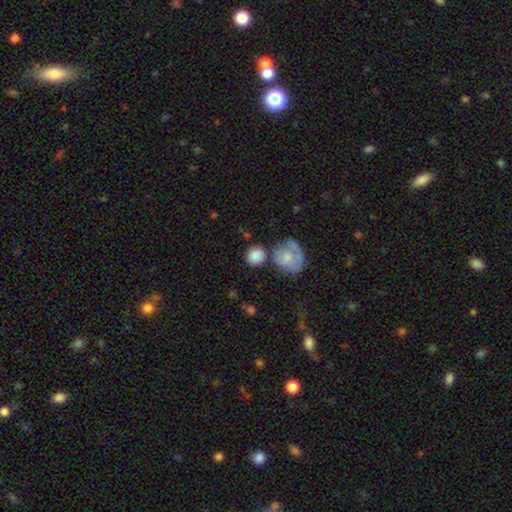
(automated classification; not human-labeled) A smooth galaxy with no disk features (84%) that is round (87%).

Vote fractions:
- Smooth or featured? smooth: 84% / featured or disk: 9% / star or artifact: 7%
- How rounded? round: 87% / in between: 12% / cigar-shaped: 1%
- Merging? none: 66% / merger: 14% / minor disturbance: 14% / major disturbance: 6%